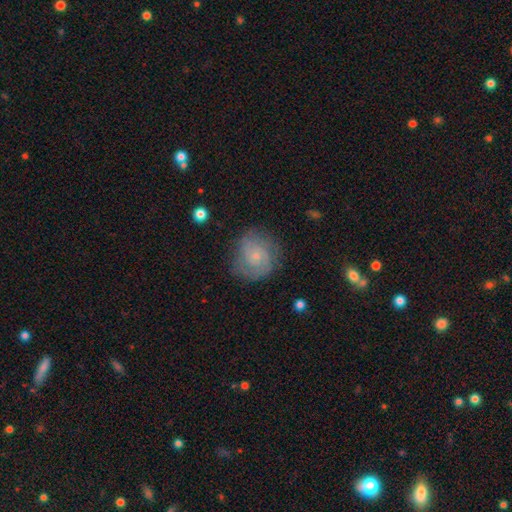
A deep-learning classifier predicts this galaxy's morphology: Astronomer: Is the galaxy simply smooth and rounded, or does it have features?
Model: featured or disk — 68%.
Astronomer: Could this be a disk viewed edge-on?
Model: no — 98%.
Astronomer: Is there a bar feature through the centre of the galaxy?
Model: no — 77%.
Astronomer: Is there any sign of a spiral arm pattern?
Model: yes — 90%.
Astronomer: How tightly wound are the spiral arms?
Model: tight — 57% (runner-up: medium, 33%).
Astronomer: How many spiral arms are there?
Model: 2 — 42% (runner-up: can't tell, 29%).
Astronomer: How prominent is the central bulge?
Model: small — 79%.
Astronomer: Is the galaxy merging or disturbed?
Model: none — 74%.